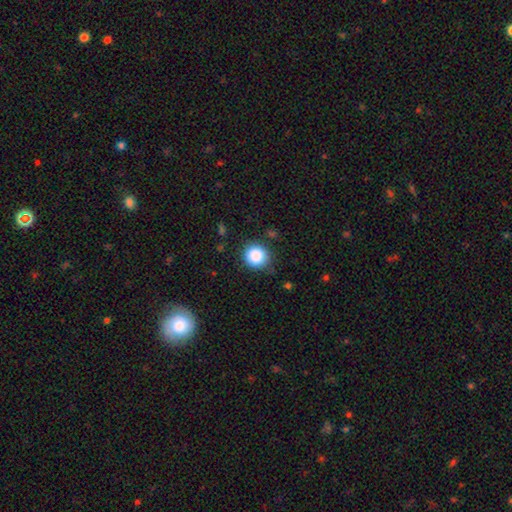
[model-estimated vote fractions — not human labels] smooth_or_featured: smooth (p=0.87) [alt: star or artifact p=0.09]
how_rounded: round (p=0.91) [alt: in between p=0.08]
merging: none (p=0.85) [alt: minor disturbance p=0.11]